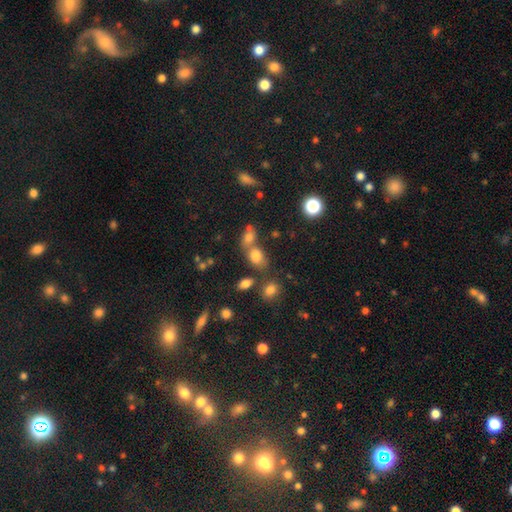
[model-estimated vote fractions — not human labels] Smooth or featured? smooth (74%)
How rounded? in between (68%)
Merging? none (43%)